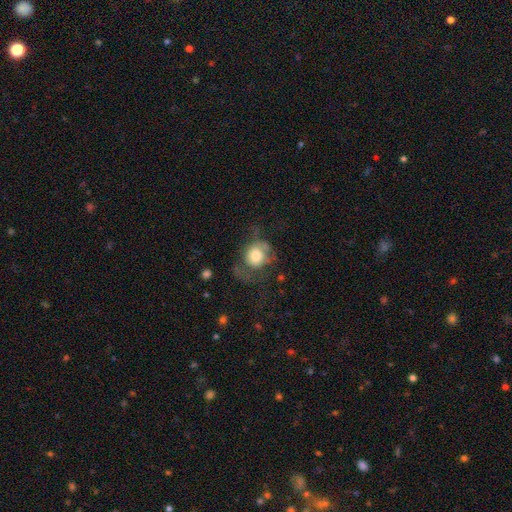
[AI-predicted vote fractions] A smooth galaxy with no disk features (66%) that is round (72%). Merging: major disturbance (42%).